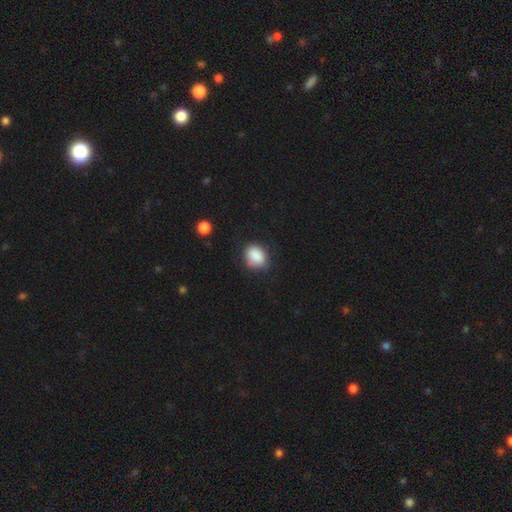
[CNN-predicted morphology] Smooth or featured? smooth (87%)
How rounded? in between (54%)
Merging? none (74%)